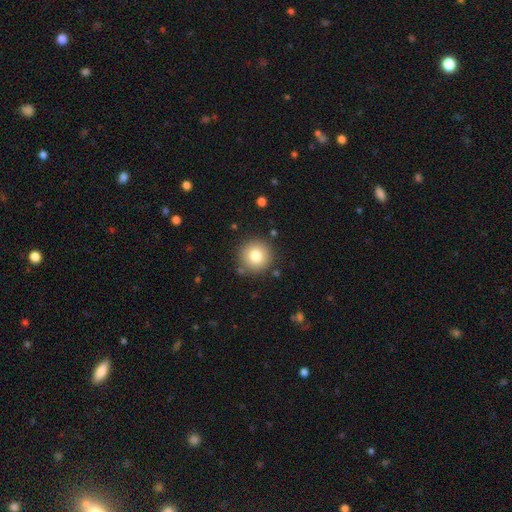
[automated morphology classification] The model was most divided on "smooth or featured": smooth: 80%, star or artifact: 10%, featured or disk: 10%. More confident: how rounded — round (95%); merging — none (87%).